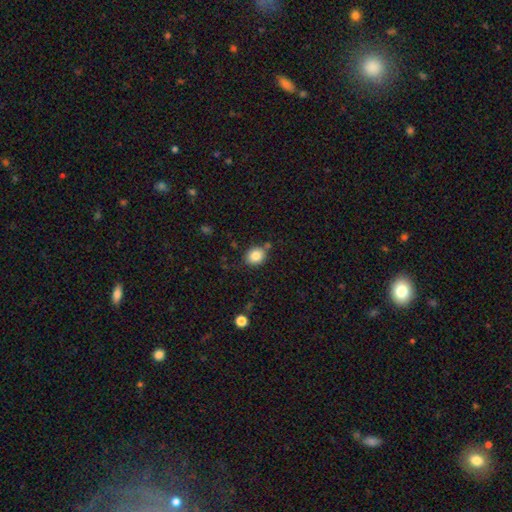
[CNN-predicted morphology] Smooth or featured? smooth (85%)
How rounded? round (64%)
Merging? none (75%)